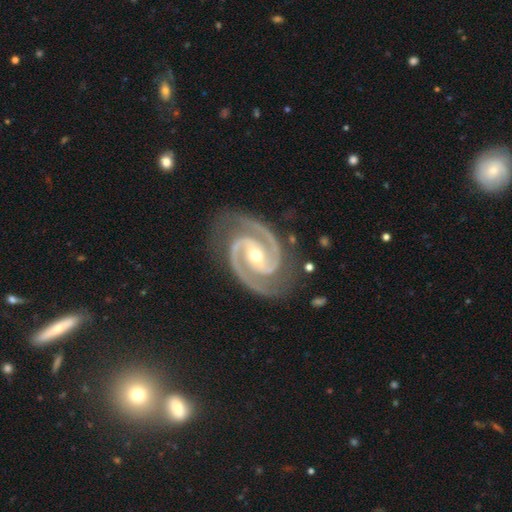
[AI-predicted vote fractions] Morphology: type=featured or disk (95%); edge-on=no (98%); bar=strong (37%); spiral arms=yes (99%); winding=medium (48%); arm count=2 (93%); bulge=moderate (58%); merging=none (82%).